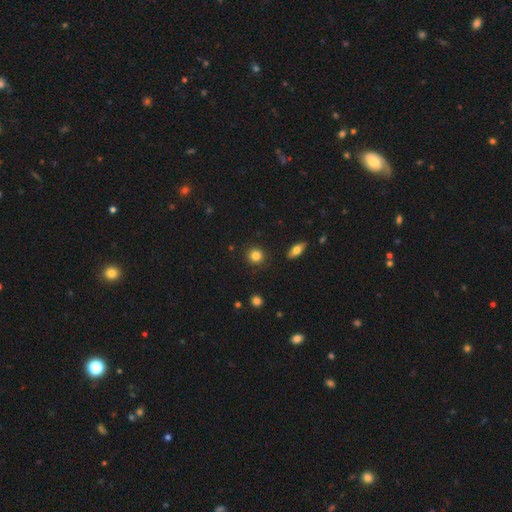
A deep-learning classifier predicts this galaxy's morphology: Smooth or featured? smooth (84%)
How rounded? round (89%)
Merging? none (90%)